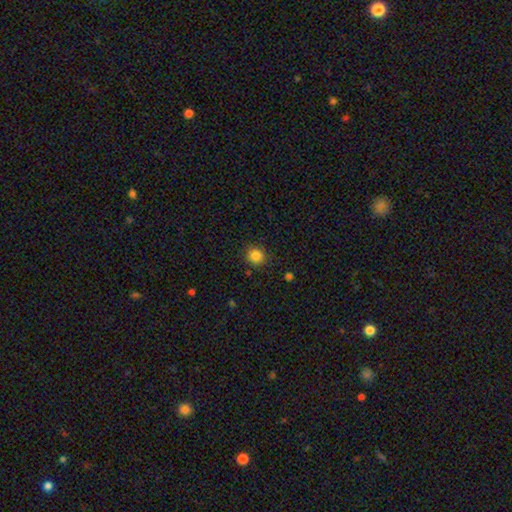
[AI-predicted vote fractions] Smooth or featured? Predicted: smooth (p=0.84). How rounded? Predicted: round (p=0.88). Merging? Predicted: none (p=0.87).